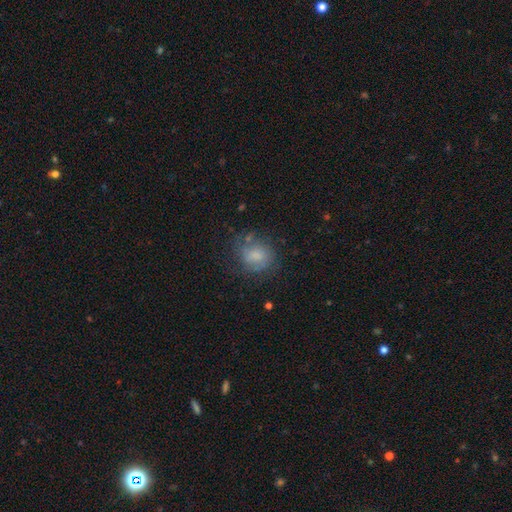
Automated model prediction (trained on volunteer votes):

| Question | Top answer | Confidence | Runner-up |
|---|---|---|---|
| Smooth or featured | smooth | 64% | featured or disk (25%) |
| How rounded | round | 69% | in between (30%) |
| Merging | none | 60% | minor disturbance (23%) |